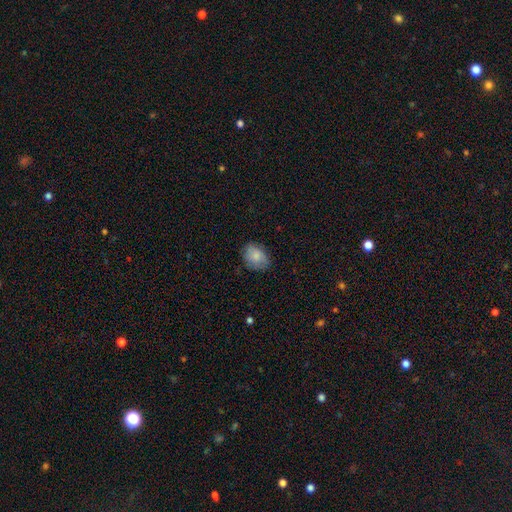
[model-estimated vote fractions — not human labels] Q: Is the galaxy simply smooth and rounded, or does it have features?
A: smooth — 82%.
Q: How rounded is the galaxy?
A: in between — 70%.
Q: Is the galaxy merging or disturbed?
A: none — 76%.